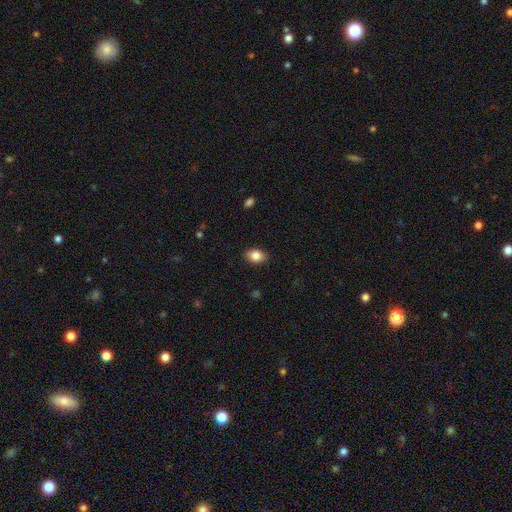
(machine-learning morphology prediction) smooth-or-featured: smooth: 84% | star or artifact: 8% | featured or disk: 8%
  how-rounded: in between: 76% | round: 23% | cigar-shaped: 1%
  merging: none: 88% | minor disturbance: 9% | major disturbance: 2% | merger: 1%